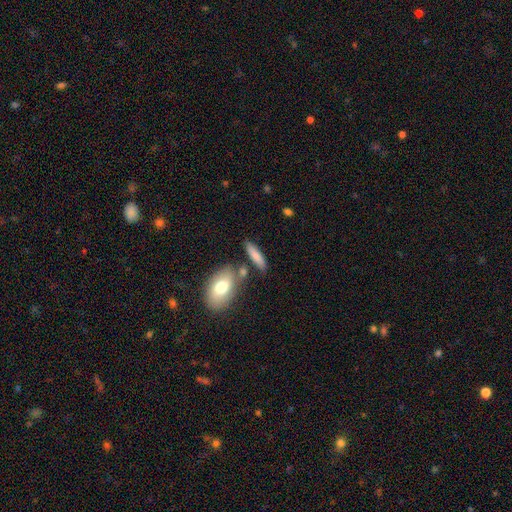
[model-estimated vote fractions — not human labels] Smooth or featured? Predicted: smooth (p=0.79). How rounded? Predicted: cigar-shaped (p=0.63). Merging? Predicted: none (p=0.73).